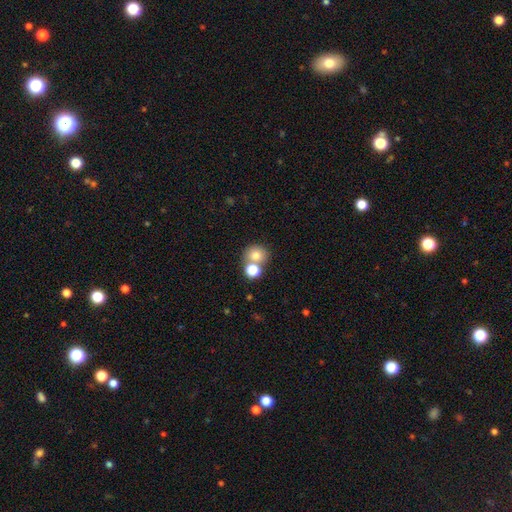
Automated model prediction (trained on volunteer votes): Smooth or featured? Predicted: smooth (p=0.75). How rounded? Predicted: round (p=0.82). Merging? Predicted: none (p=0.56).